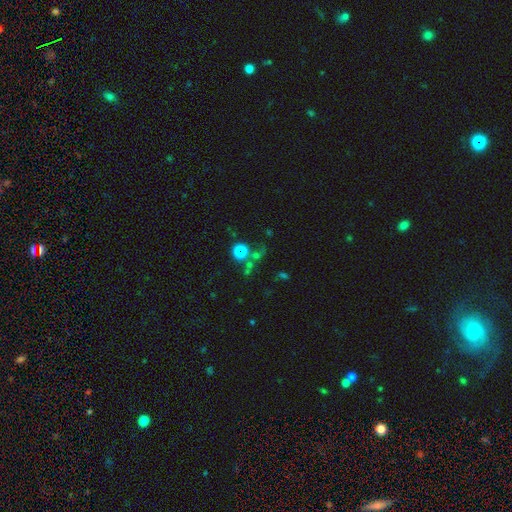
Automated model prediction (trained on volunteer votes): smooth_or_featured: smooth (p=0.60) [alt: star or artifact p=0.28]
how_rounded: round (p=0.89) [alt: in between p=0.10]
merging: none (p=0.57) [alt: merger p=0.20]